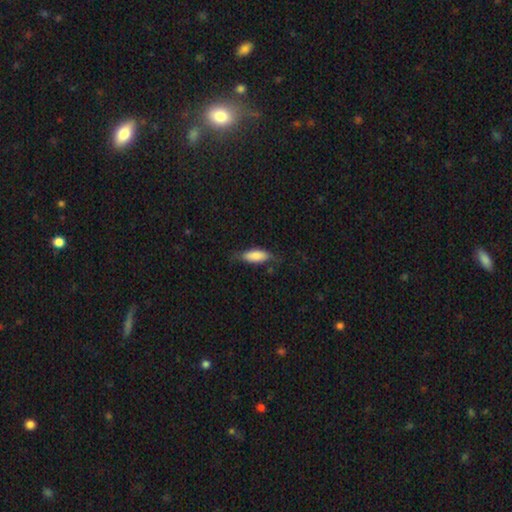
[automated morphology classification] Smooth or featured?
  - smooth: 80% *
  - featured or disk: 14%
  - star or artifact: 6%
How rounded?
  - in between: 66% *
  - cigar-shaped: 32%
  - round: 2%
Merging?
  - none: 66% *
  - minor disturbance: 25%
  - major disturbance: 7%
  - merger: 2%